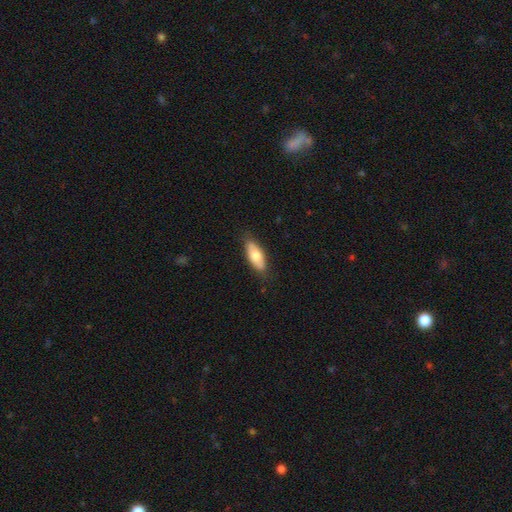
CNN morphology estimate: smooth 69%, featured or disk 25%, star or artifact 6%. Down the decision tree: how rounded — in between (76%); merging — none (81%).